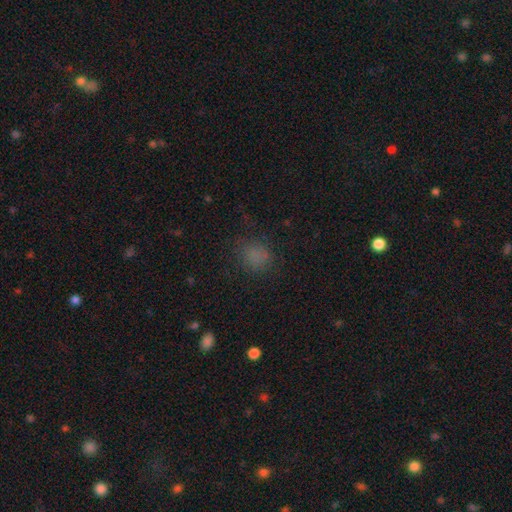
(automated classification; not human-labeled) A smooth galaxy with no disk features (76%) that is round (72%). Merging: none (76%).